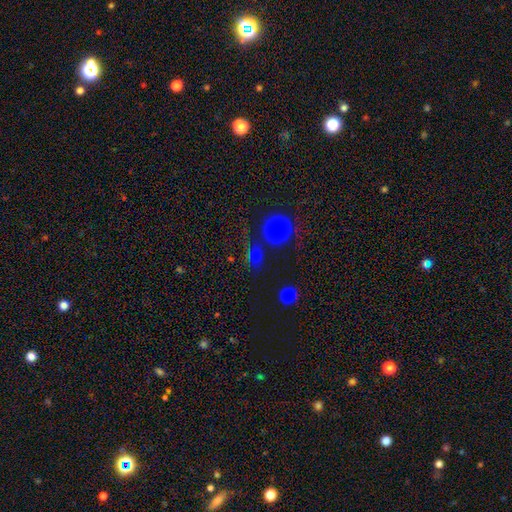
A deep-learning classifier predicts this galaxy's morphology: smooth 68%, star or artifact 25%, featured or disk 7%. Down the decision tree: how rounded — round (82%); merging — none (69%).